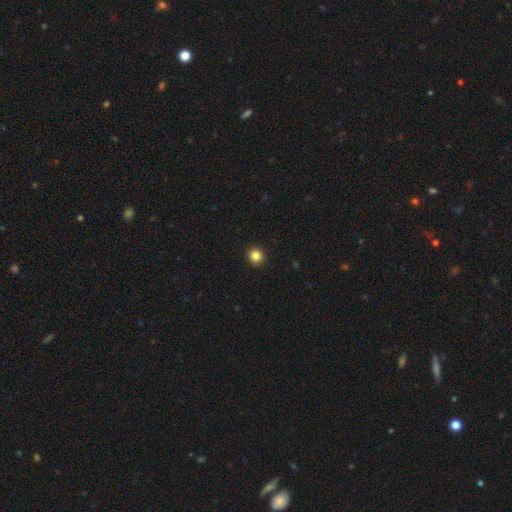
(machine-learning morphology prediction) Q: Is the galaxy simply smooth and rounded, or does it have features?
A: smooth — 84%.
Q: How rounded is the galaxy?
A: round — 92%.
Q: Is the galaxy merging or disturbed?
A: none — 94%.